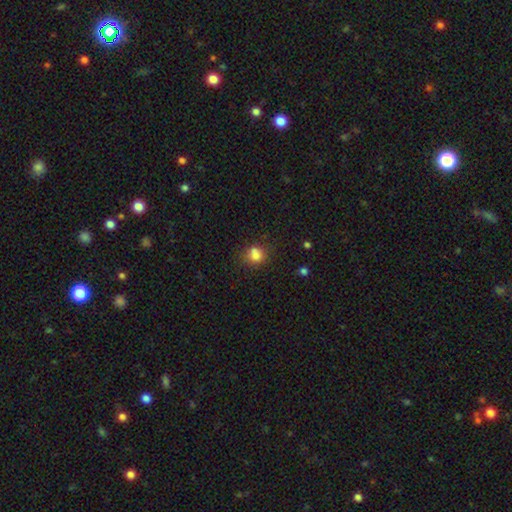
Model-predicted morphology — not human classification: Smooth or featured?
  - smooth: 76% *
  - star or artifact: 13%
  - featured or disk: 11%
How rounded?
  - round: 73% *
  - in between: 26%
  - cigar-shaped: 1%
Merging?
  - none: 53% *
  - merger: 25%
  - minor disturbance: 16%
  - major disturbance: 5%